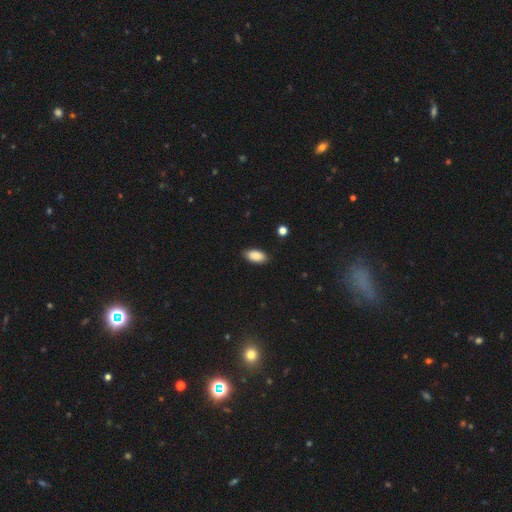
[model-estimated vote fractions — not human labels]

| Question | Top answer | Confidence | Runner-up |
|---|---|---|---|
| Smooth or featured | smooth | 88% | star or artifact (7%) |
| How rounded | in between | 93% | cigar-shaped (5%) |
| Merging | none | 86% | minor disturbance (11%) |